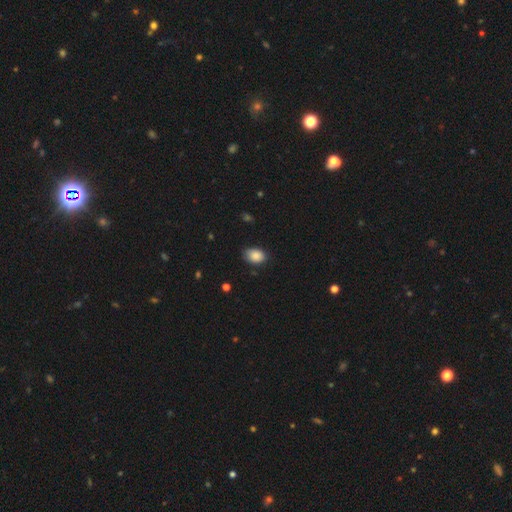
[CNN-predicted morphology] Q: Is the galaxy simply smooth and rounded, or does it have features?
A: smooth — 87%.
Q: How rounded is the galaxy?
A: in between — 82%.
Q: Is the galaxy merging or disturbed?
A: none — 75%.